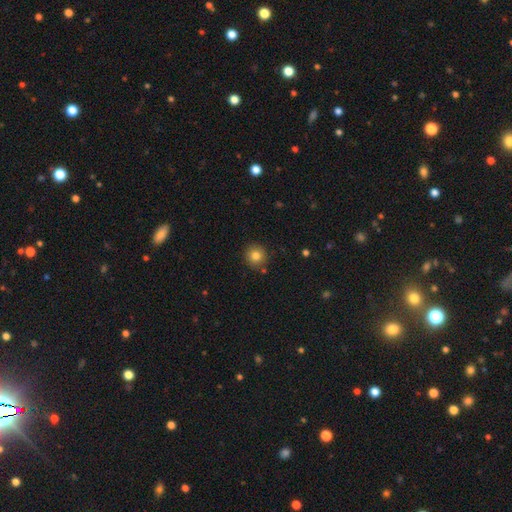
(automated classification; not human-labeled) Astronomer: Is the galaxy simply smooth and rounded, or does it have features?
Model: smooth — 81%.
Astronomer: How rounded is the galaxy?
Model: round — 92%.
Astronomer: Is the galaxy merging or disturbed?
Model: none — 87%.